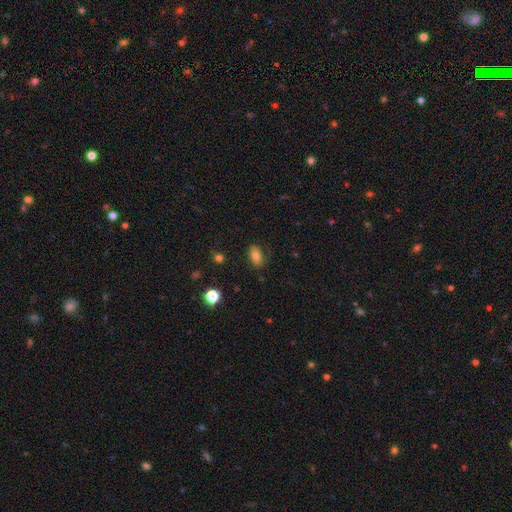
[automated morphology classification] A smooth galaxy with no disk features (75%) that is in between round and cigar-shaped (88%).

Vote fractions:
- Smooth or featured? smooth: 75% / featured or disk: 14% / star or artifact: 10%
- How rounded? in between: 88% / round: 9% / cigar-shaped: 3%
- Merging? none: 76% / minor disturbance: 17% / major disturbance: 5% / merger: 1%